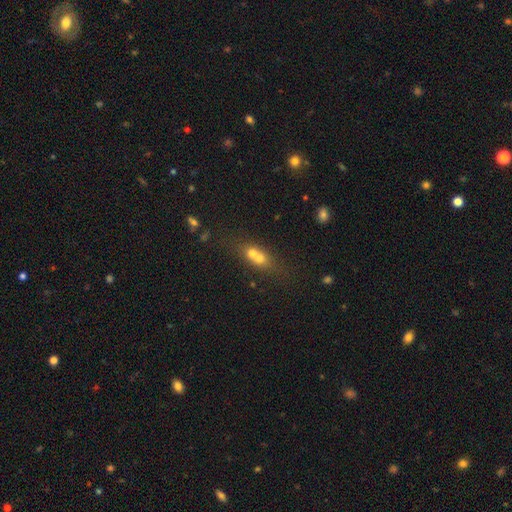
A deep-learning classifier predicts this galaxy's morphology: smooth_or_featured: smooth (p=0.62) [alt: featured or disk p=0.26]
how_rounded: in between (p=0.50) [alt: round p=0.39]
merging: merger (p=0.63) [alt: none p=0.25]